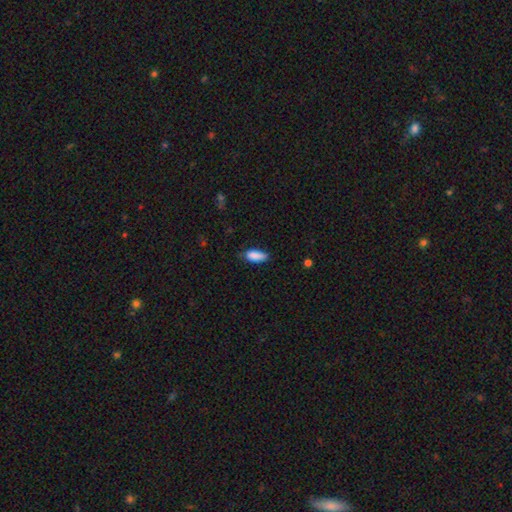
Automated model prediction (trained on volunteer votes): The model was most divided on "merging": none: 70%, minor disturbance: 25%, major disturbance: 4%, merger: 1%. More confident: smooth or featured — smooth (87%); how rounded — in between (77%).